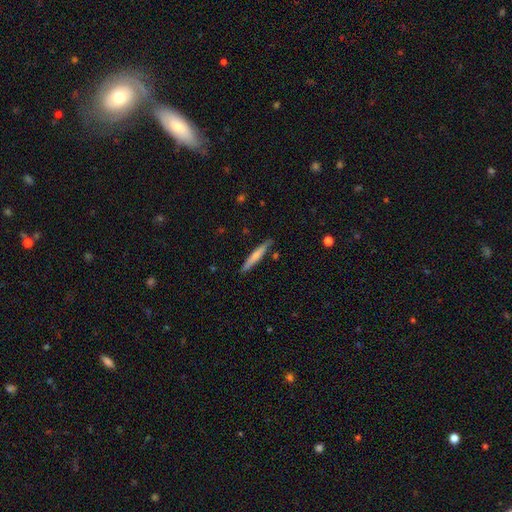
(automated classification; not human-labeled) Smooth or featured? Predicted: smooth (p=0.63). How rounded? Predicted: cigar-shaped (p=0.94). Merging? Predicted: none (p=0.84).